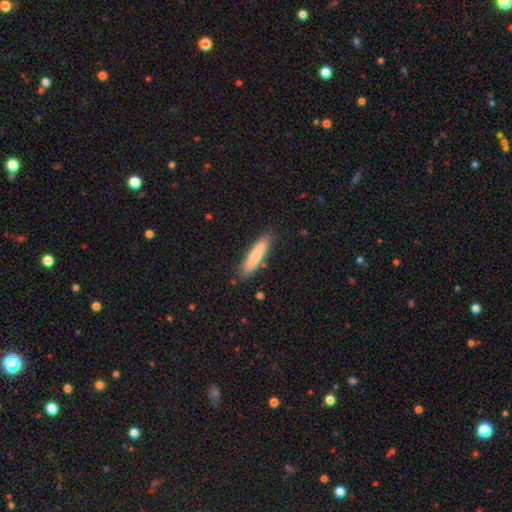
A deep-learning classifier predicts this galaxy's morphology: Overall: smooth (78%). How rounded: cigar-shaped (80%). Merging: none (82%).